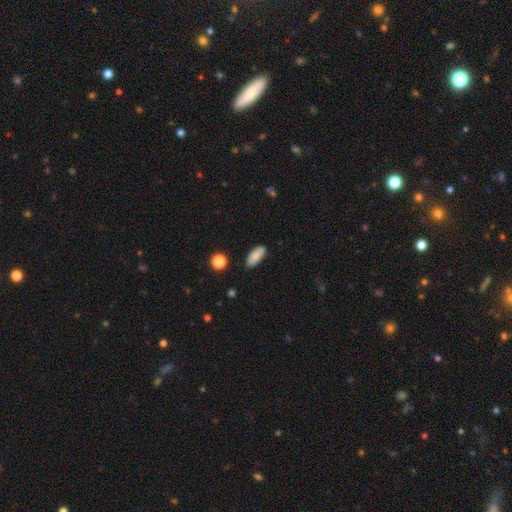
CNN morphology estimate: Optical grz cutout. It shows a smooth galaxy with no disk features (86%) that is in between round and cigar-shaped (84%). Merging: none (85%).